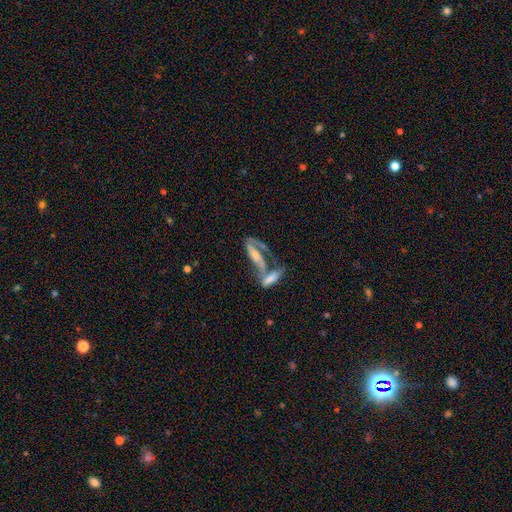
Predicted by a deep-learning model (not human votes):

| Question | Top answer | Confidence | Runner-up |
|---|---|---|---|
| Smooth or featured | featured or disk | 62% | smooth (28%) |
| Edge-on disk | no | 68% | yes (32%) |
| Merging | merger | 59% | none (22%) |